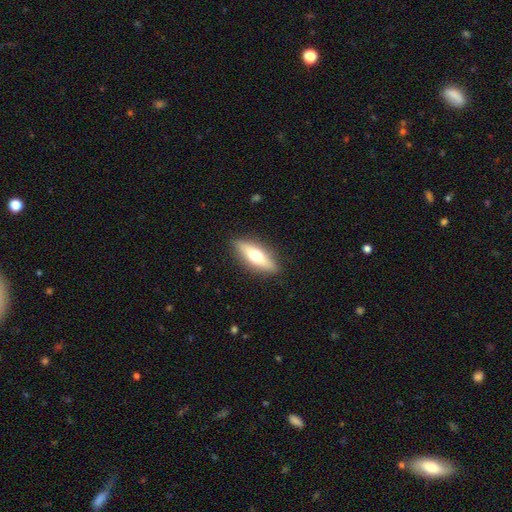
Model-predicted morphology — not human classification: Overall: smooth (51%; featured or disk 43%). How rounded: in between (51%; cigar-shaped 46%). Merging: none (88%).